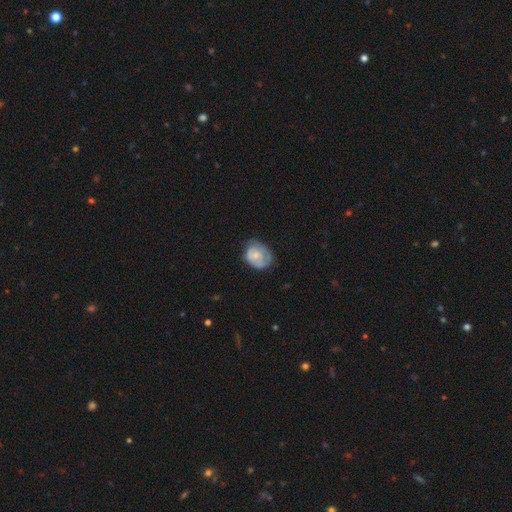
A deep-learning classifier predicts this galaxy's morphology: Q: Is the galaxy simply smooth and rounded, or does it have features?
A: smooth — 56%.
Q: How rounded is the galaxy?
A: in between — 53%.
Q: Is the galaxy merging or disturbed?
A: none — 50%.